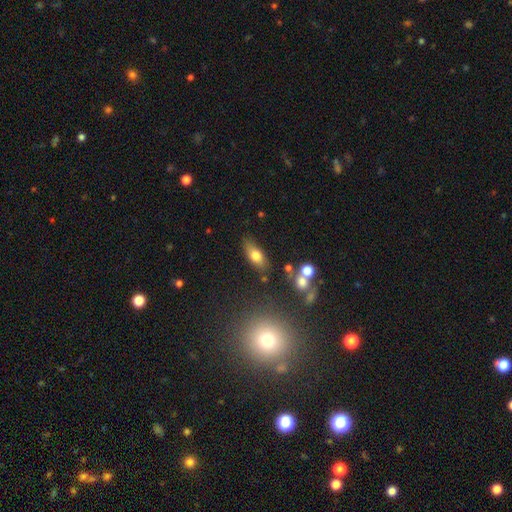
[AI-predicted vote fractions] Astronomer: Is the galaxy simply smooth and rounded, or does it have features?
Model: smooth — 72%.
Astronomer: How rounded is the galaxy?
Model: in between — 78%.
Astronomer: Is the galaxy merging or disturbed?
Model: none — 76%.